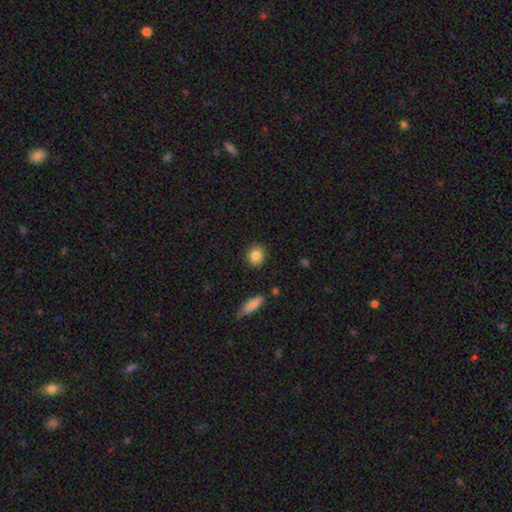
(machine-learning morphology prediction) Smooth or featured?
  - smooth: 85% *
  - star or artifact: 8%
  - featured or disk: 7%
How rounded?
  - round: 78% *
  - in between: 20%
  - cigar-shaped: 2%
Merging?
  - none: 89% *
  - minor disturbance: 8%
  - major disturbance: 2%
  - merger: 2%